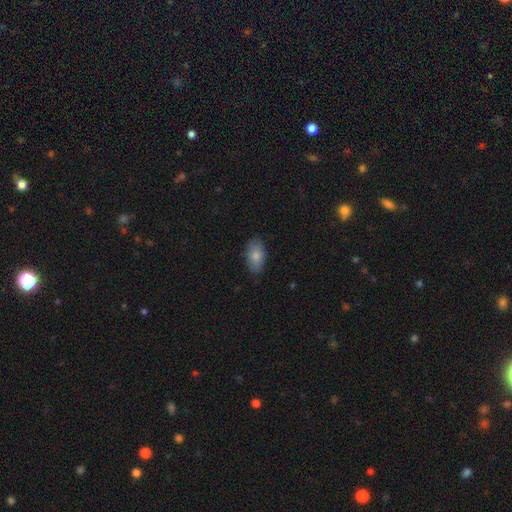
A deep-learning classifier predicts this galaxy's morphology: smooth_or_featured: smooth (p=0.82) [alt: featured or disk p=0.11]
how_rounded: in between (p=0.92) [alt: round p=0.05]
merging: none (p=0.83) [alt: minor disturbance p=0.14]